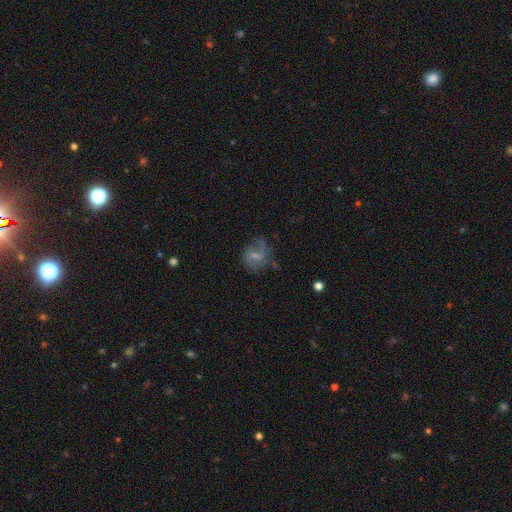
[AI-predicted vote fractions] featured or disk 61%, smooth 30%, star or artifact 9%. Down the decision tree: edge-on disk — no (98%); bar — weak (56%); spiral arms — yes (83%); bulge size — small (44%); merging — none (52%).